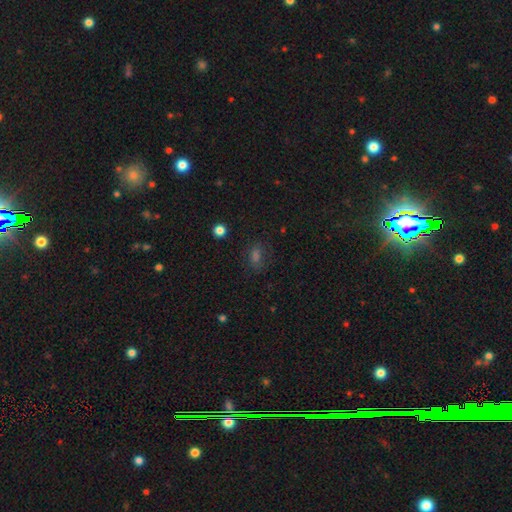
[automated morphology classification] smooth-or-featured: smooth: 63% | star or artifact: 27% | featured or disk: 9%
  how-rounded: in between: 73% | round: 23% | cigar-shaped: 4%
  merging: none: 73% | minor disturbance: 17% | major disturbance: 8% | merger: 2%